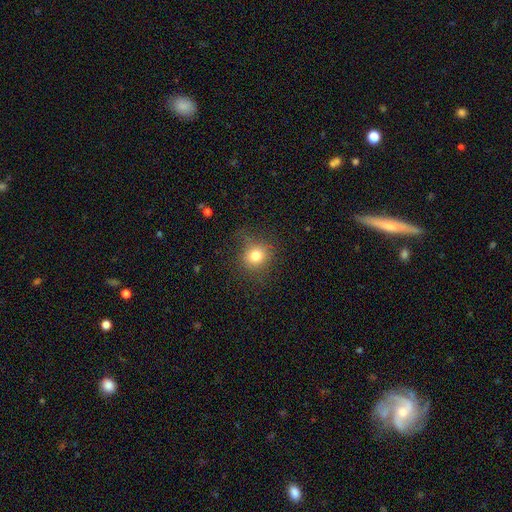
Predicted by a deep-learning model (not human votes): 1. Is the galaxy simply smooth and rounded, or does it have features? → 78% smooth, 14% star or artifact, 8% featured or disk.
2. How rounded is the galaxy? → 86% round, 13% in between, 1% cigar-shaped.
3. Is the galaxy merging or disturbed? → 80% none, 13% minor disturbance, 5% major disturbance, 1% merger.